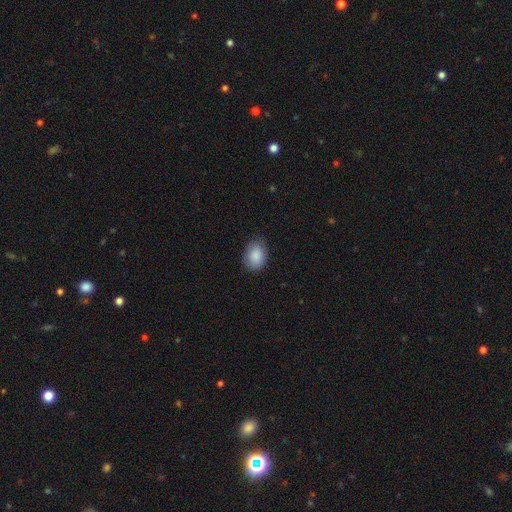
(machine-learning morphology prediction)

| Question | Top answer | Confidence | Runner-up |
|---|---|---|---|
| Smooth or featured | smooth | 88% | star or artifact (7%) |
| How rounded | in between | 73% | round (26%) |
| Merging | none | 80% | minor disturbance (16%) |